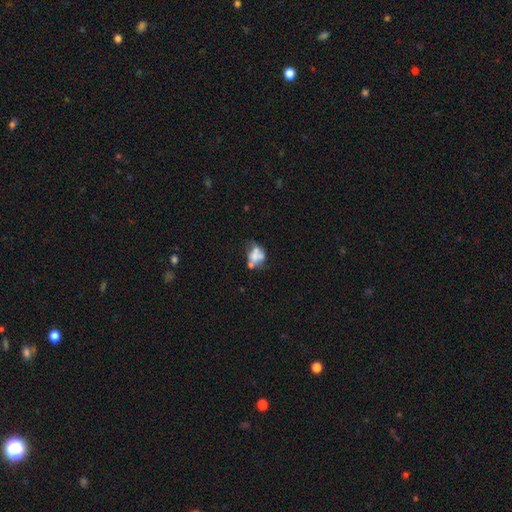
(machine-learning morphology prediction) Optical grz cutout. It shows a smooth galaxy with no disk features (47%). Merging: merger (39%).